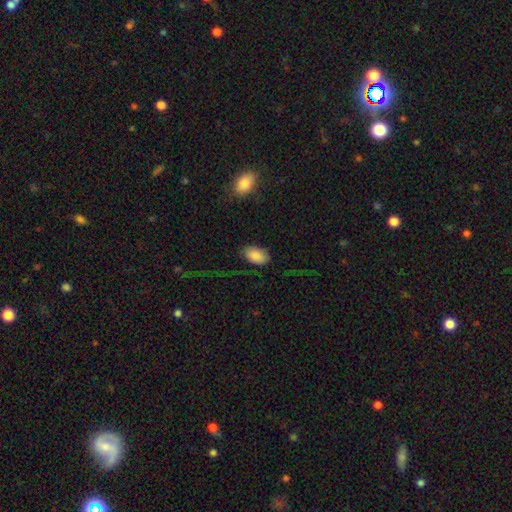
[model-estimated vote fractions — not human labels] Smooth or featured?
  - smooth: 84% *
  - featured or disk: 9%
  - star or artifact: 8%
How rounded?
  - in between: 93% *
  - round: 6%
  - cigar-shaped: 1%
Merging?
  - none: 74% *
  - minor disturbance: 14%
  - major disturbance: 9%
  - merger: 2%